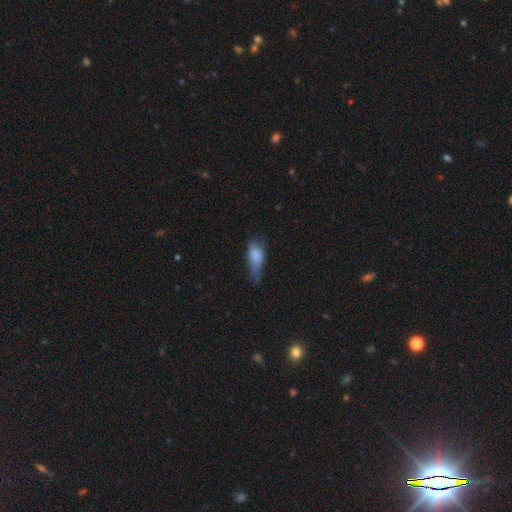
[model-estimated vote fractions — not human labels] smooth-or-featured: smooth: 77% | featured or disk: 14% | star or artifact: 9%
  how-rounded: in between: 77% | cigar-shaped: 18% | round: 5%
  merging: minor disturbance: 41% | none: 29% | major disturbance: 27% | merger: 3%